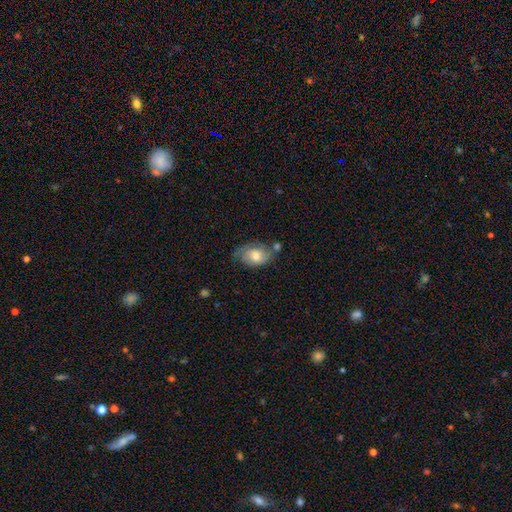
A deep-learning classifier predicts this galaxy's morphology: smooth_or_featured: smooth (p=0.56) [alt: featured or disk p=0.36]
how_rounded: in between (p=0.81) [alt: round p=0.18]
merging: none (p=0.49) [alt: minor disturbance p=0.29]